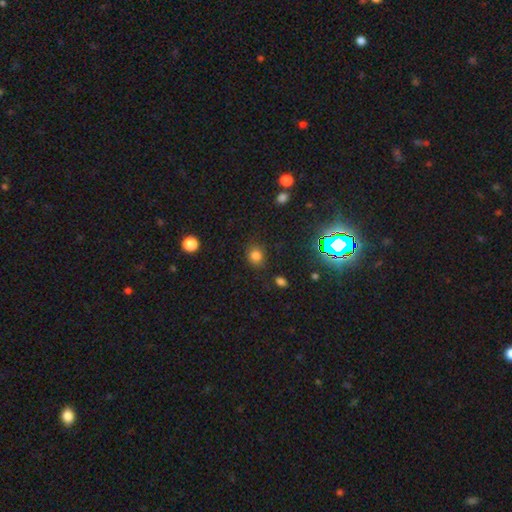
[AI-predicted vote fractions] smooth-or-featured: smooth: 76% | star or artifact: 18% | featured or disk: 6%
  how-rounded: round: 69% | in between: 30% | cigar-shaped: 1%
  merging: none: 81% | minor disturbance: 13% | major disturbance: 4% | merger: 2%